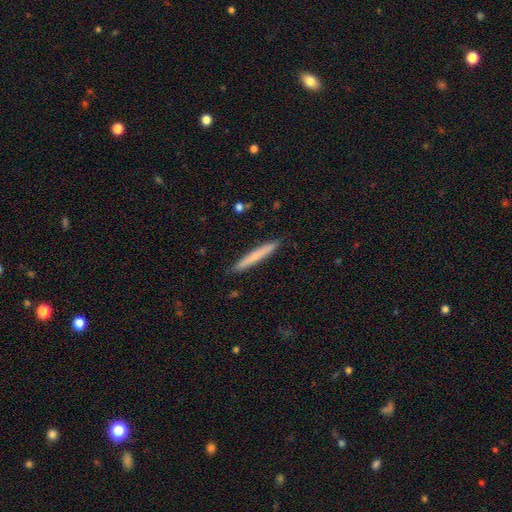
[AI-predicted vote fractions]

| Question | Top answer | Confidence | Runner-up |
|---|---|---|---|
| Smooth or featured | smooth | 65% | featured or disk (29%) |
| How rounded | cigar-shaped | 96% | in between (3%) |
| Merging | none | 90% | minor disturbance (7%) |